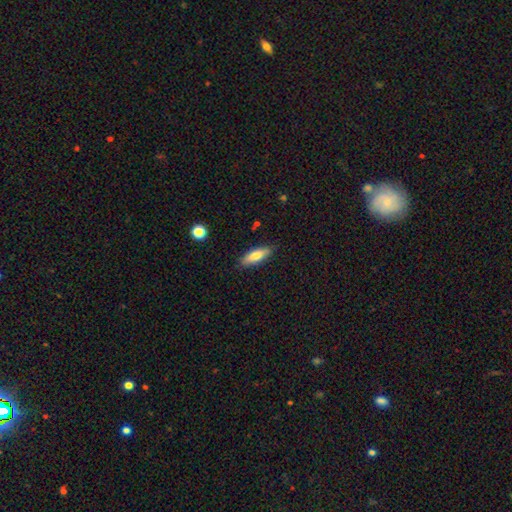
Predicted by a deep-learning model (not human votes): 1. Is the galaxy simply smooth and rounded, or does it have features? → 74% smooth, 19% featured or disk, 7% star or artifact.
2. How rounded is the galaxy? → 59% in between, 39% cigar-shaped, 2% round.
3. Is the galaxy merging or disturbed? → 86% none, 11% minor disturbance, 2% major disturbance, 1% merger.